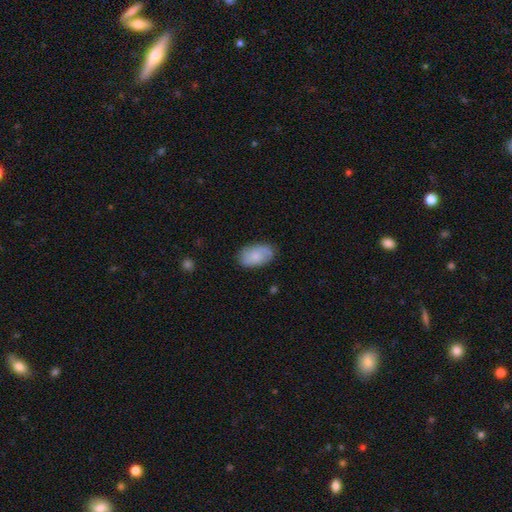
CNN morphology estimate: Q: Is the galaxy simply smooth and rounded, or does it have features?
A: smooth — 70%.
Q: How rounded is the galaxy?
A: in between — 93%.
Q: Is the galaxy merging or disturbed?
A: none — 75%.